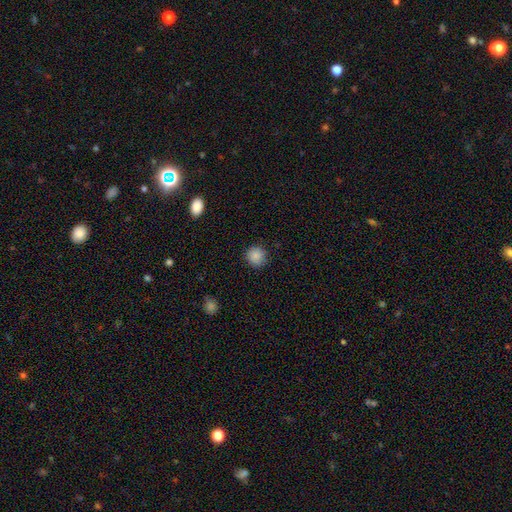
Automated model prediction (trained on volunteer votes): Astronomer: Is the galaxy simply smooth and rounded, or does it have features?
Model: smooth — 87%.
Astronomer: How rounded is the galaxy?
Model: round — 93%.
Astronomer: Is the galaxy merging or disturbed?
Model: none — 89%.